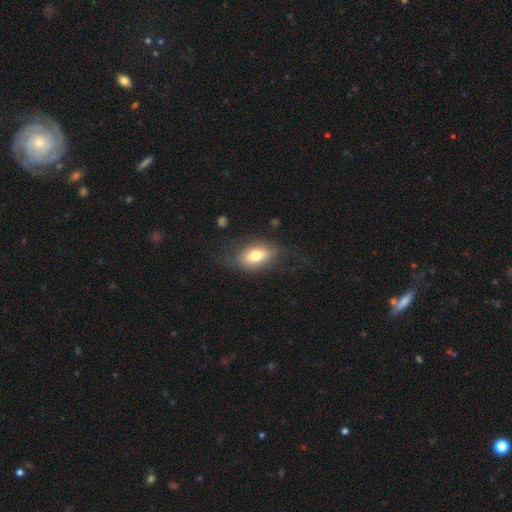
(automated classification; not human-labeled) smooth_or_featured: smooth (p=0.67) [alt: featured or disk p=0.26]
how_rounded: in between (p=0.86) [alt: round p=0.08]
merging: none (p=0.65) [alt: minor disturbance p=0.20]